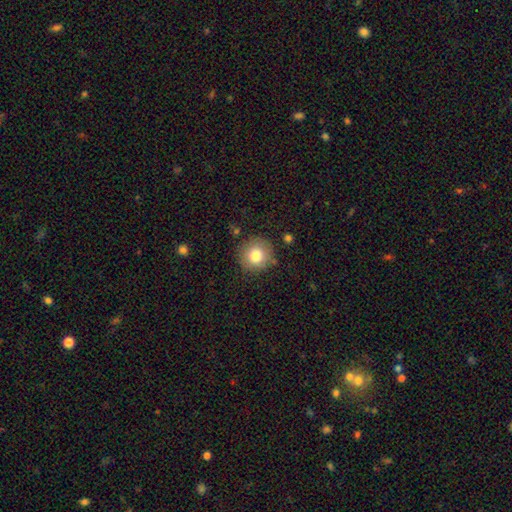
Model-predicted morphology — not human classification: type=smooth (81%); roundness=round (94%); merging=none (86%).